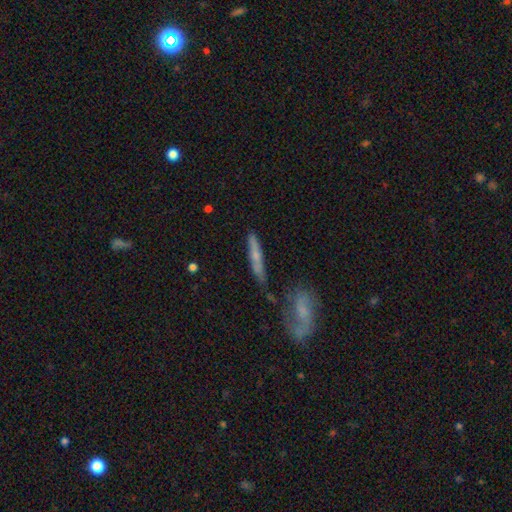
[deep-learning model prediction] A smooth galaxy with no disk features (46%).

Vote fractions:
- Smooth or featured? smooth: 46% / featured or disk: 45% / star or artifact: 9%
- Merging? none: 66% / minor disturbance: 18% / merger: 10% / major disturbance: 6%